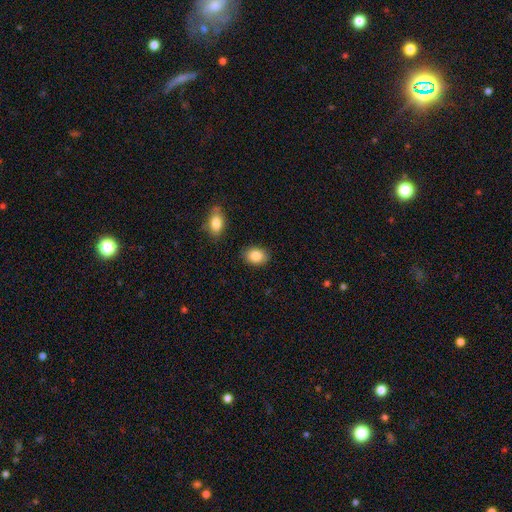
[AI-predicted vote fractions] Smooth or featured: smooth — 86% (star or artifact — 8%)
How rounded: in between — 74% (round — 24%)
Merging: none — 86% (minor disturbance — 9%)